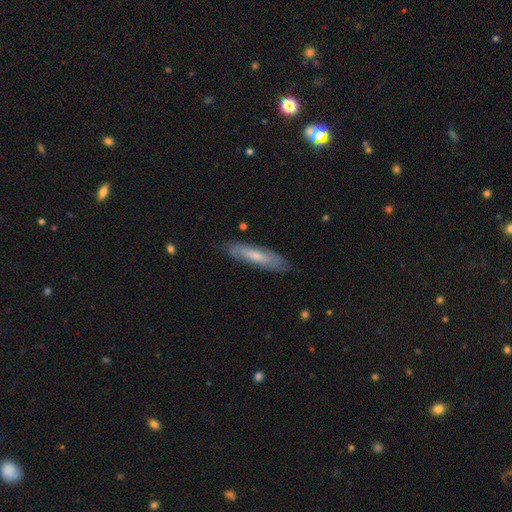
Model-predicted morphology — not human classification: This appears to be a smooth galaxy with no disk features (51%) that is cigar-shaped (77%). Merging: none (79%).